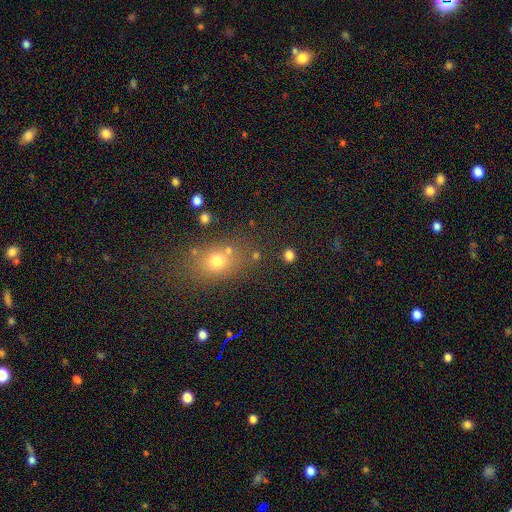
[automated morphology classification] smooth_or_featured: smooth (p=0.63) [alt: star or artifact p=0.25]
how_rounded: round (p=0.52) [alt: in between p=0.44]
merging: none (p=0.71) [alt: minor disturbance p=0.12]